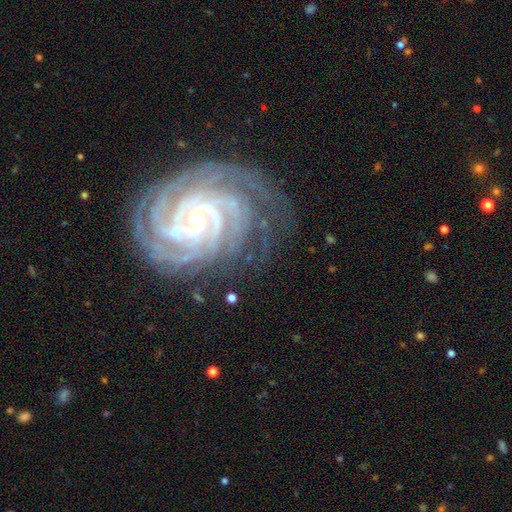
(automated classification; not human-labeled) A featured or disk galaxy (90%) with no bar (47%), 4 (28%) tight (85%) spiral arms (99%) and a small central bulge (79%). Merging: none (79%).